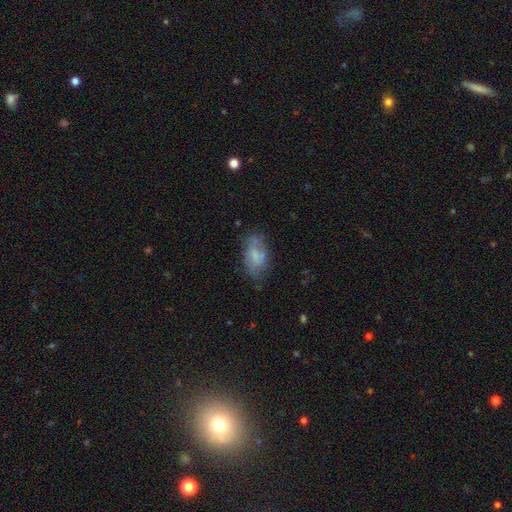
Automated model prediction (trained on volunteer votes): Smooth or featured? Predicted: smooth (p=0.64). How rounded? Predicted: in between (p=0.91). Merging? Predicted: none (p=0.57).